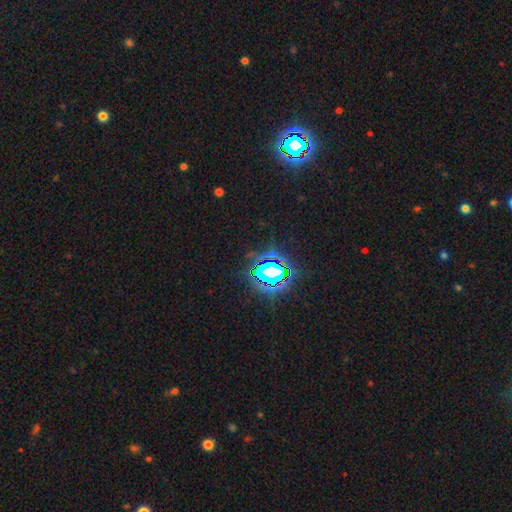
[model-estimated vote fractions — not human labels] Morphology: type=star or artifact (84%).